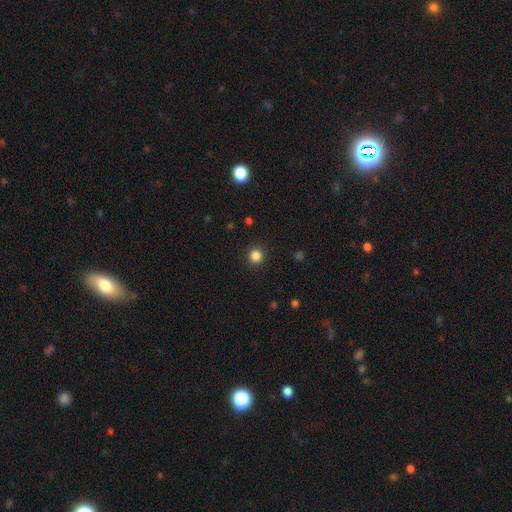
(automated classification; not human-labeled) The model was most divided on "smooth or featured": smooth: 85%, star or artifact: 12%, featured or disk: 3%. More confident: how rounded — round (92%); merging — none (91%).